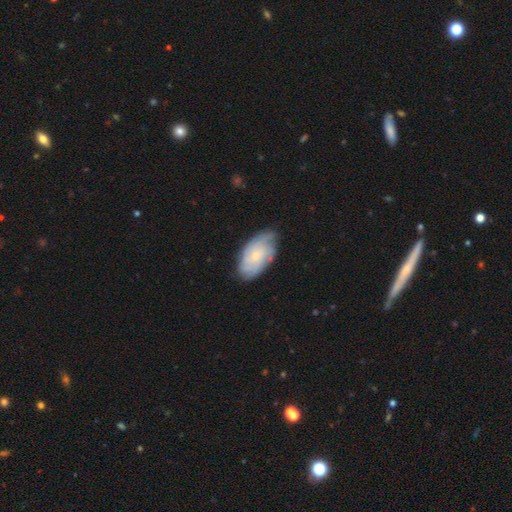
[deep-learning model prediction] Smooth or featured? Predicted: featured or disk (p=0.67). Edge-on disk? Predicted: no (p=0.95). Bar? Predicted: no (p=0.77). Spiral arms? Predicted: yes (p=0.91). Spiral winding? Predicted: tight (p=0.65). Spiral arm count? Predicted: can't tell (p=0.46). Bulge size? Predicted: small (p=0.73). Merging? Predicted: none (p=0.73).